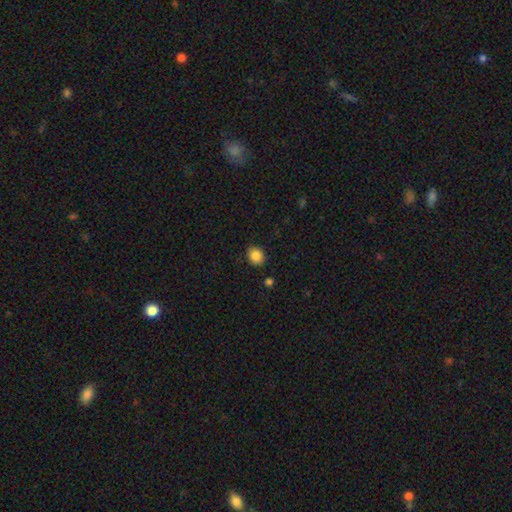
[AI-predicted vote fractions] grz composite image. It shows a smooth galaxy with no disk features (86%) that is round (58%). Merging: none (88%).